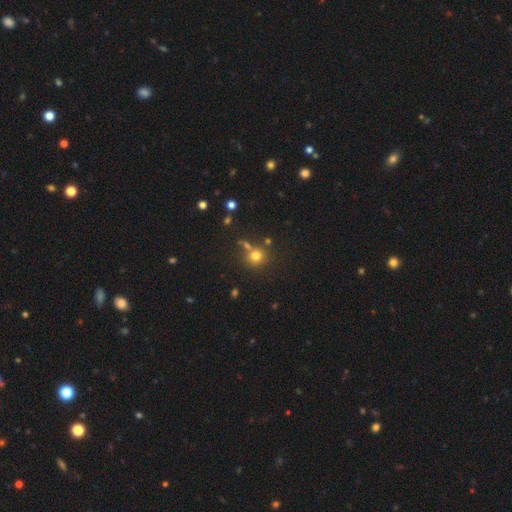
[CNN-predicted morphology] This appears to be a smooth galaxy with no disk features (74%) that is round (89%). Merging: none (69%).